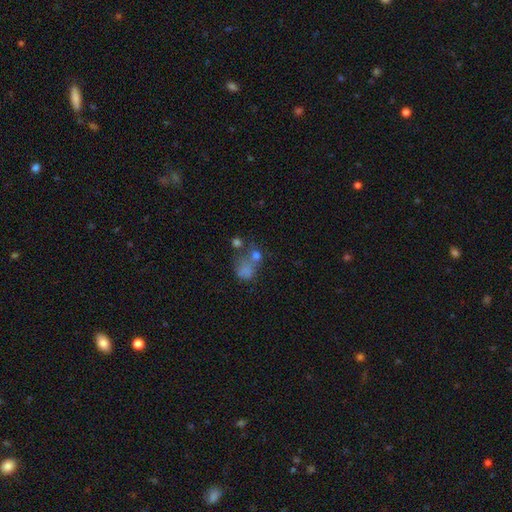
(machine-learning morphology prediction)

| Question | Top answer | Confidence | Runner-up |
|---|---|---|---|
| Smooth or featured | smooth | 45% | star or artifact (35%) |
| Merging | none | 46% | merger (35%) |